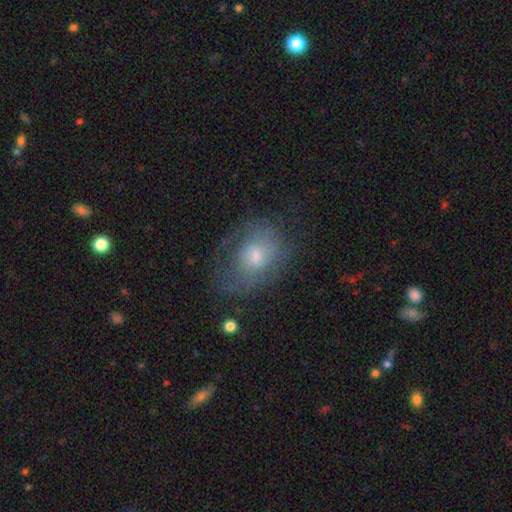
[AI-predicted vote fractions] smooth-or-featured: featured or disk: 45% | smooth: 44% | star or artifact: 11%
  merging: none: 55% | minor disturbance: 24% | major disturbance: 20% | merger: 2%